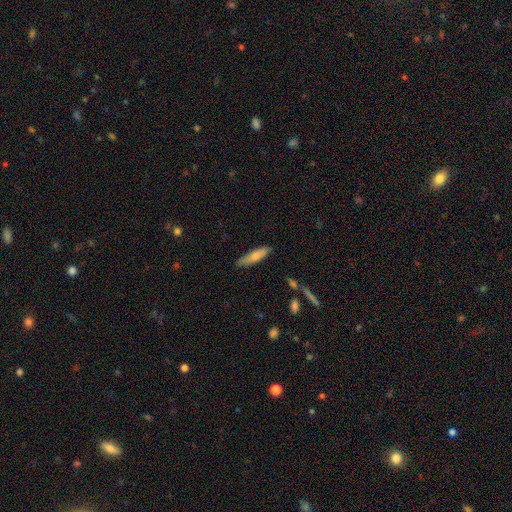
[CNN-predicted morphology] Overall: smooth (73%). How rounded: cigar-shaped (72%). Merging: none (83%).